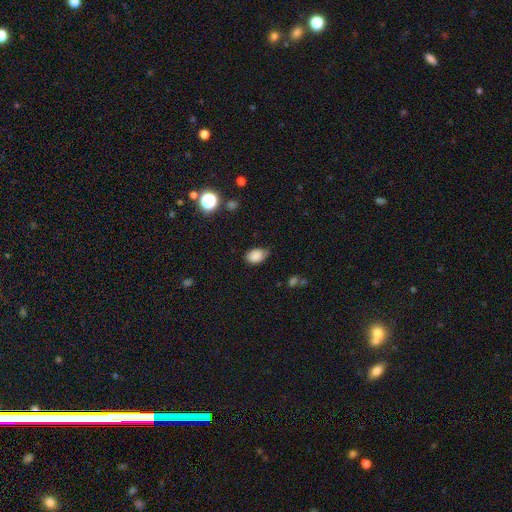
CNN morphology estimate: Smooth or featured?
  - smooth: 85% *
  - star or artifact: 9%
  - featured or disk: 5%
How rounded?
  - in between: 82% *
  - round: 17%
  - cigar-shaped: 1%
Merging?
  - none: 61% *
  - minor disturbance: 32%
  - major disturbance: 6%
  - merger: 2%